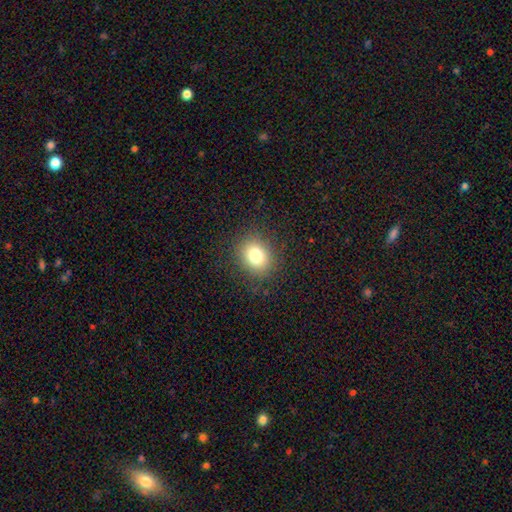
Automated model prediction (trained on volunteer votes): smooth-or-featured: smooth: 79% | star or artifact: 13% | featured or disk: 9%
  how-rounded: round: 65% | in between: 35% | cigar-shaped: 1%
  merging: none: 87% | minor disturbance: 9% | major disturbance: 4% | merger: 1%